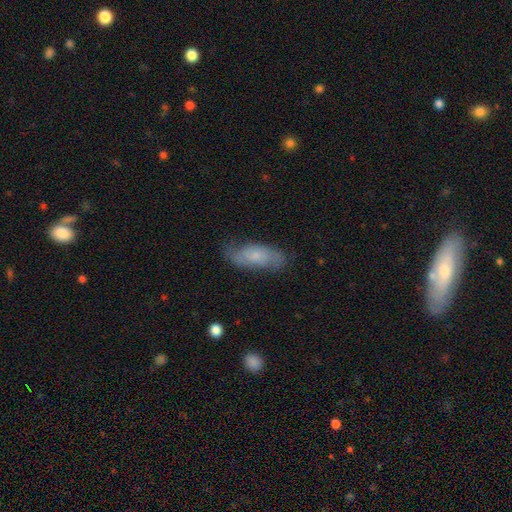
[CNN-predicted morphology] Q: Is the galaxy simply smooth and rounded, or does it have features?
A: smooth — 50%.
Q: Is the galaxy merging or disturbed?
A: none — 71%.